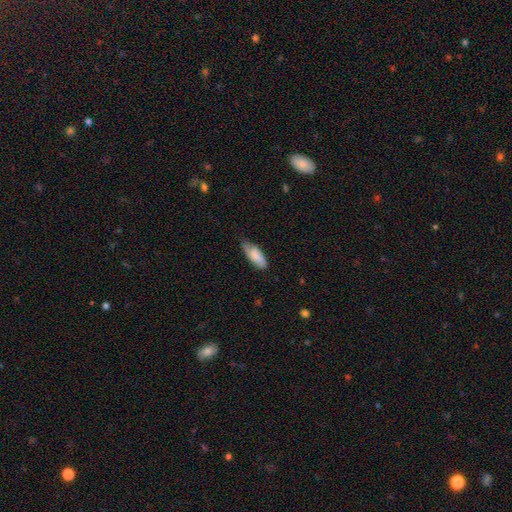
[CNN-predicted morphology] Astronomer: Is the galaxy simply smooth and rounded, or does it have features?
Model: smooth — 75%.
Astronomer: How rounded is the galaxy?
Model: in between — 74%.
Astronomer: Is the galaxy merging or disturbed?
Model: none — 59%.